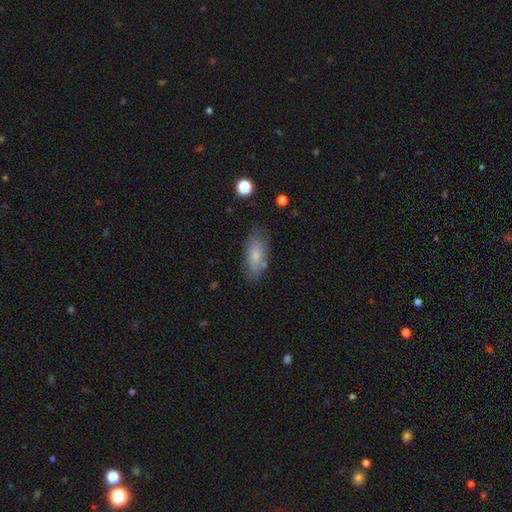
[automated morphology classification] The model was most divided on "merging": none: 74%, minor disturbance: 18%, major disturbance: 5%, merger: 4%. More confident: how rounded — in between (84%); smooth or featured — smooth (75%).